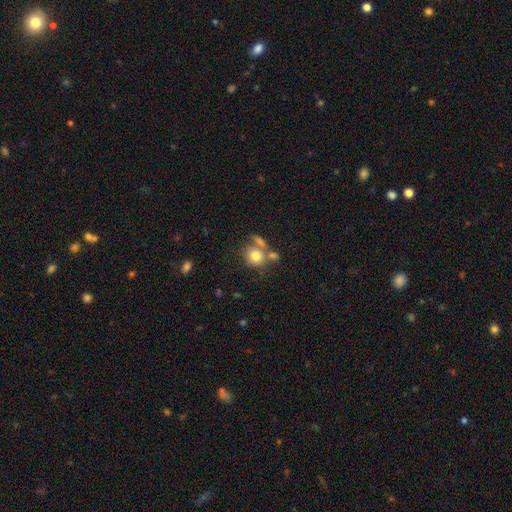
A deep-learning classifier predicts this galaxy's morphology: smooth_or_featured: smooth (p=0.77) [alt: featured or disk p=0.13]
how_rounded: round (p=0.80) [alt: in between p=0.19]
merging: none (p=0.50) [alt: merger p=0.30]